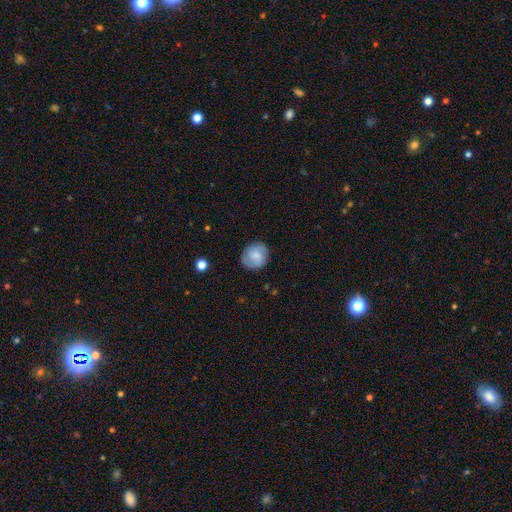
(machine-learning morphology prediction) type=smooth (67%); roundness=round (84%); merging=none (83%).